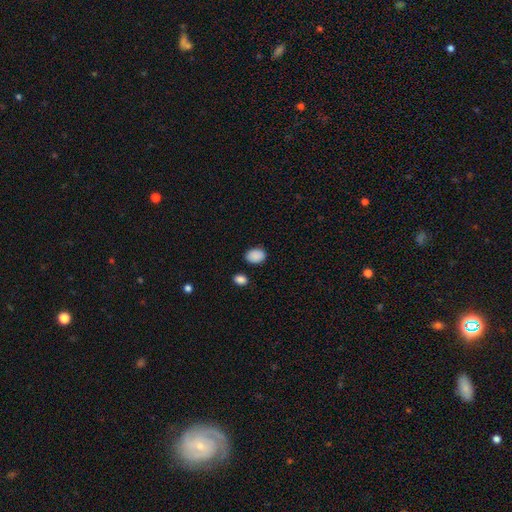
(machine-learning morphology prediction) Overall: smooth (89%). How rounded: in between (72%). Merging: none (83%).